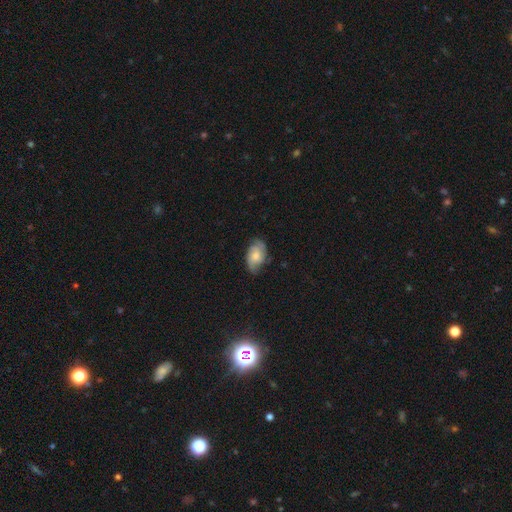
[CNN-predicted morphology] Smooth or featured: featured or disk — 48% (smooth — 44%)
Merging: none — 67% (minor disturbance — 25%)